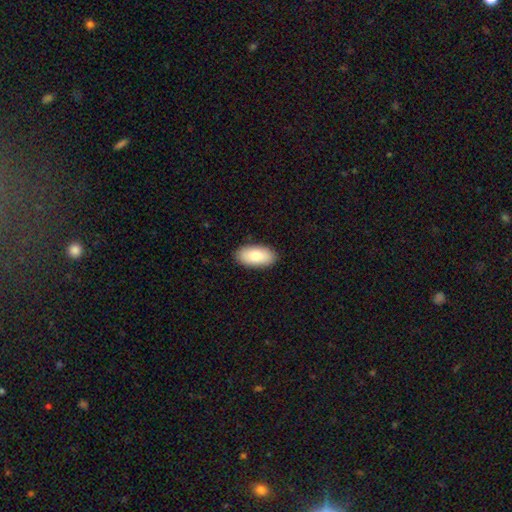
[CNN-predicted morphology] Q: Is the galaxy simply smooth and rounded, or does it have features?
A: smooth — 81%.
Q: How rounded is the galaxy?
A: in between — 95%.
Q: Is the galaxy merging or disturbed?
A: none — 89%.